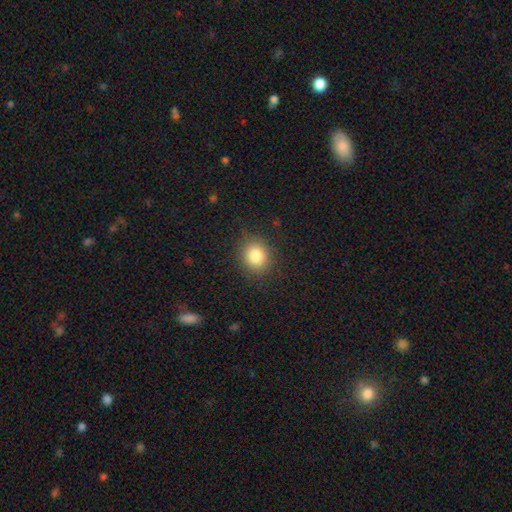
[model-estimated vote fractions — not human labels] This is clearly a smooth galaxy (83%). How rounded: likely round (74%). Merging: clearly none (85%).